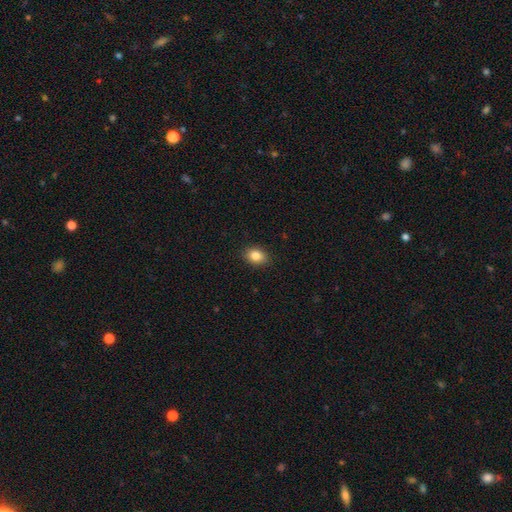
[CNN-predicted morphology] Q: Smooth or featured?
A: smooth (85%); runner-up: star or artifact (9%)
Q: How rounded?
A: in between (68%); runner-up: round (31%)
Q: Merging?
A: none (89%); runner-up: minor disturbance (8%)